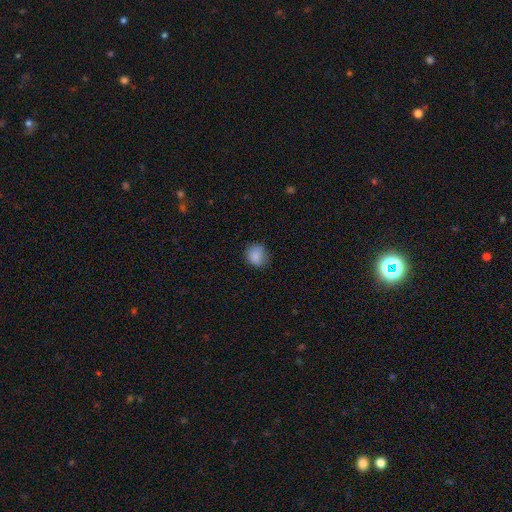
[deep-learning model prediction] smooth-or-featured: smooth: 86% | star or artifact: 9% | featured or disk: 5%
  how-rounded: round: 73% | in between: 26% | cigar-shaped: 1%
  merging: none: 77% | minor disturbance: 18% | major disturbance: 4% | merger: 1%